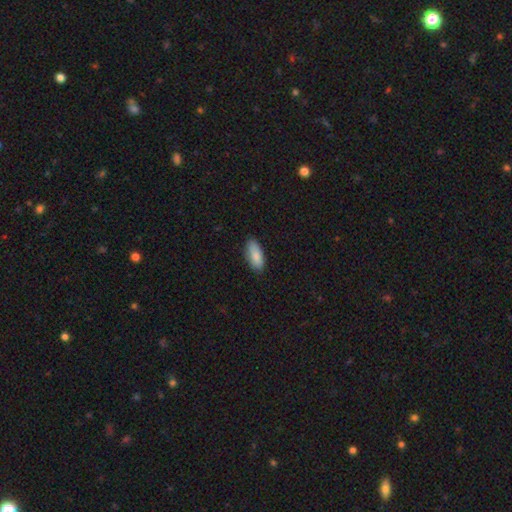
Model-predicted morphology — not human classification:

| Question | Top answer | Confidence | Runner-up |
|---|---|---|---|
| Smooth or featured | smooth | 86% | featured or disk (8%) |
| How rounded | in between | 86% | cigar-shaped (12%) |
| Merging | none | 82% | minor disturbance (15%) |